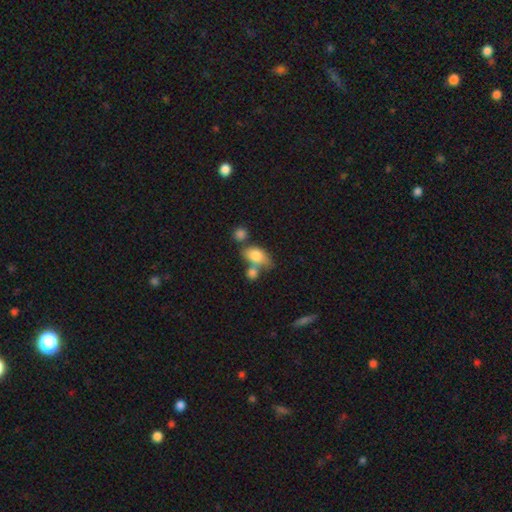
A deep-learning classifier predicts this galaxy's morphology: A smooth galaxy with no disk features (77%) that is in between round and cigar-shaped (83%). Merging: none (40%).